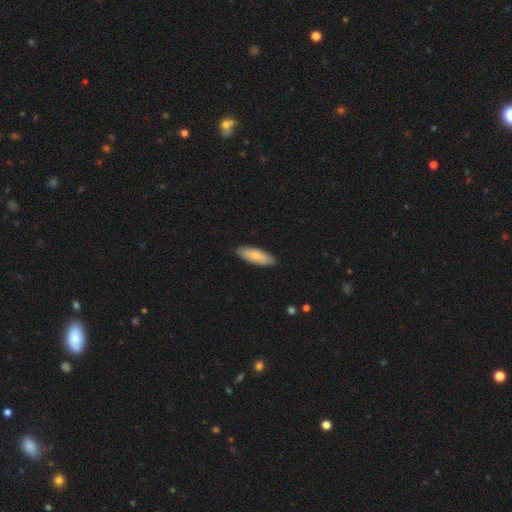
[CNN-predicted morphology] This appears to be a smooth galaxy with no disk features (78%) that is in between round and cigar-shaped (67%). Merging: none (88%).